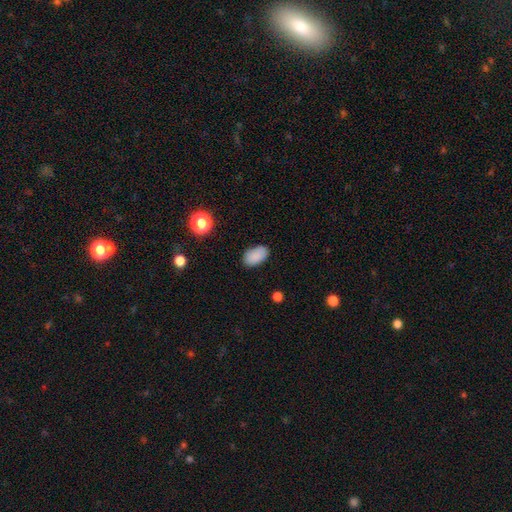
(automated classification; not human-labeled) This appears to be a smooth galaxy with no disk features (87%) that is in between round and cigar-shaped (93%). Merging: none (85%).